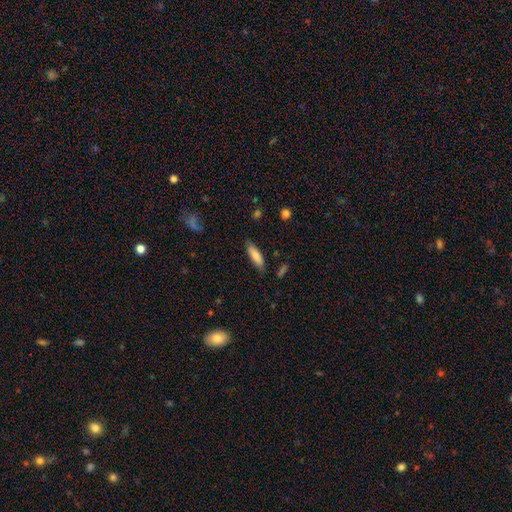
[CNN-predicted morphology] smooth-or-featured: smooth: 79% | featured or disk: 14% | star or artifact: 6%
  how-rounded: cigar-shaped: 56% | in between: 43% | round: 2%
  merging: none: 82% | minor disturbance: 14% | major disturbance: 3% | merger: 2%